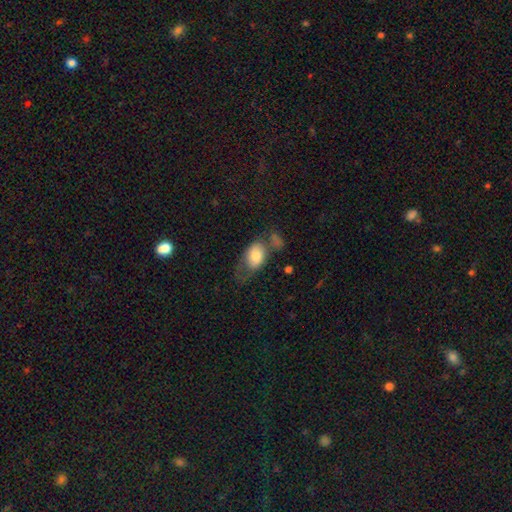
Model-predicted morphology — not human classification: Smooth or featured? Predicted: smooth (p=0.72). How rounded? Predicted: in between (p=0.85). Merging? Predicted: none (p=0.33).